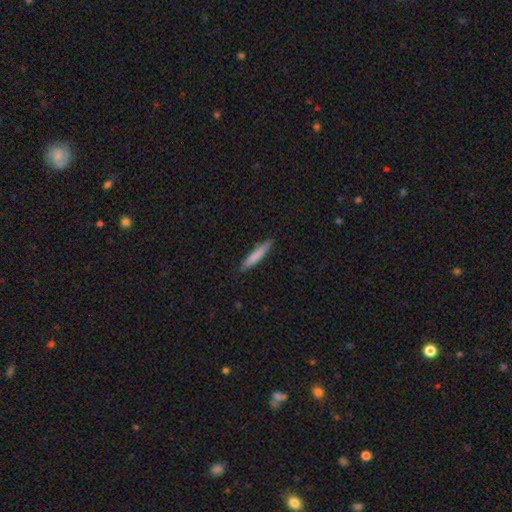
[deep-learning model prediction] A smooth galaxy with no disk features (77%) that is cigar-shaped (93%). Merging: none (88%).